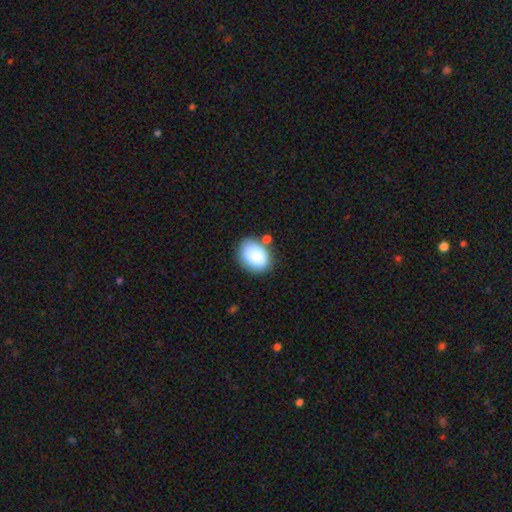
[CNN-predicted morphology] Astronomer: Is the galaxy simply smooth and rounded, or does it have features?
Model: smooth — 86%.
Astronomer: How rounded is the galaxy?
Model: in between — 70%.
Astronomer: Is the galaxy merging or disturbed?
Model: none — 70%.